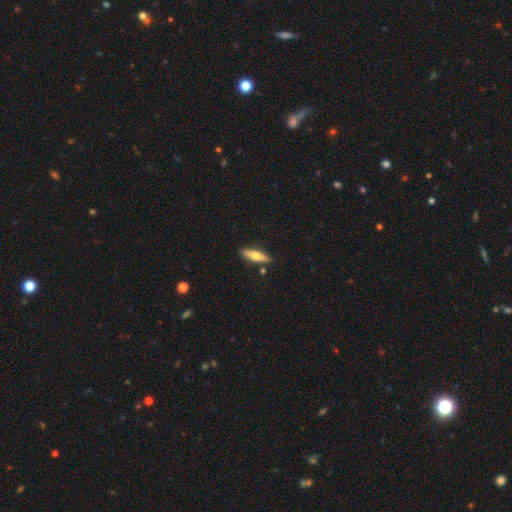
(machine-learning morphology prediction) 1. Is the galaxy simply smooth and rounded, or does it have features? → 53% smooth, 41% featured or disk, 6% star or artifact.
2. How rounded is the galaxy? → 66% cigar-shaped, 32% in between, 2% round.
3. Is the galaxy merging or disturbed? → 85% none, 10% minor disturbance, 3% merger, 2% major disturbance.